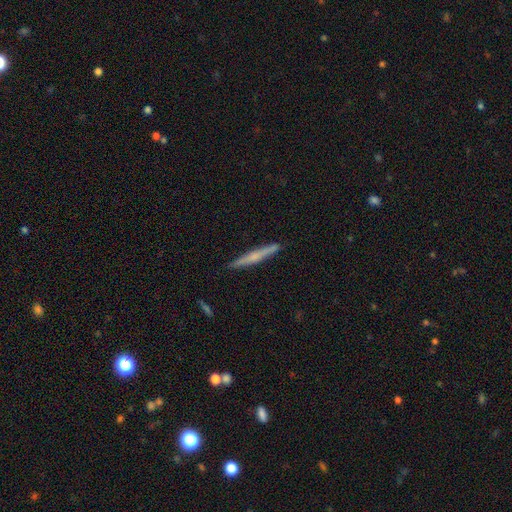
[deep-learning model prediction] Morphology: type=featured or disk (53%); edge-on=yes (97%); edge-on bulge=rounded (52%); merging=none (91%).